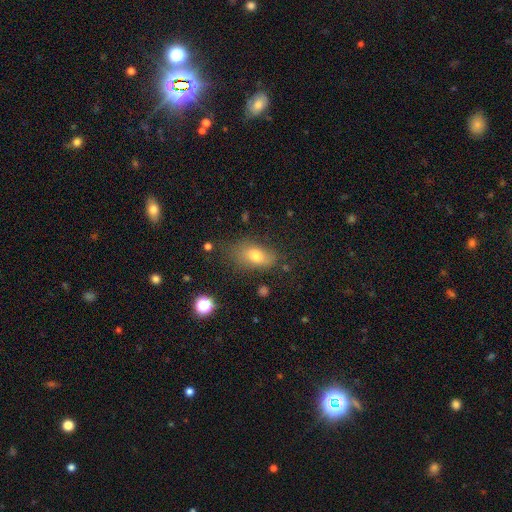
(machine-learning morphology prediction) Q: Smooth or featured?
A: smooth (74%); runner-up: featured or disk (14%)
Q: How rounded?
A: in between (85%); runner-up: round (11%)
Q: Merging?
A: none (66%); runner-up: minor disturbance (22%)